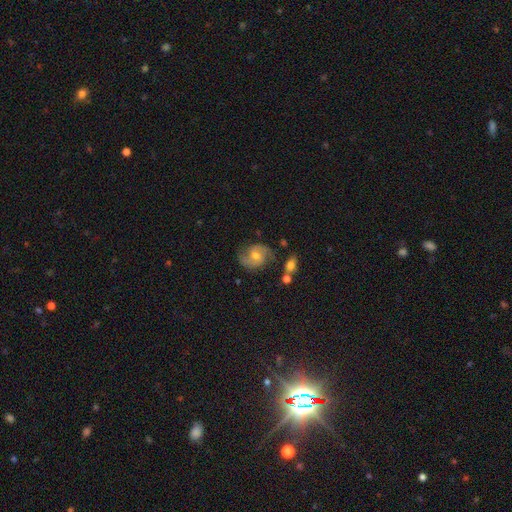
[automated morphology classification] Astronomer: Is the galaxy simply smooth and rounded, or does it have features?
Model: featured or disk — 75%.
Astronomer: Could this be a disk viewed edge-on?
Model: no — 97%.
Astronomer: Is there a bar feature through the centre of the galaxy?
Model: no — 51% (runner-up: weak, 40%).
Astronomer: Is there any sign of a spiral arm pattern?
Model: yes — 93%.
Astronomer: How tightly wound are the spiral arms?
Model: medium — 51% (runner-up: loose, 29%).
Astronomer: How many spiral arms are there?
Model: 2 — 90%.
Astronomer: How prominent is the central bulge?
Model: moderate — 64%.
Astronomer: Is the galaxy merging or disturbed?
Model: none — 74%.